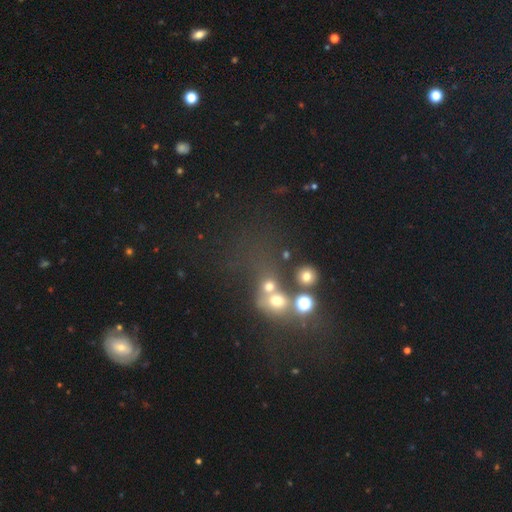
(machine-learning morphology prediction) star or artifact 51%, smooth 33%, featured or disk 16%.